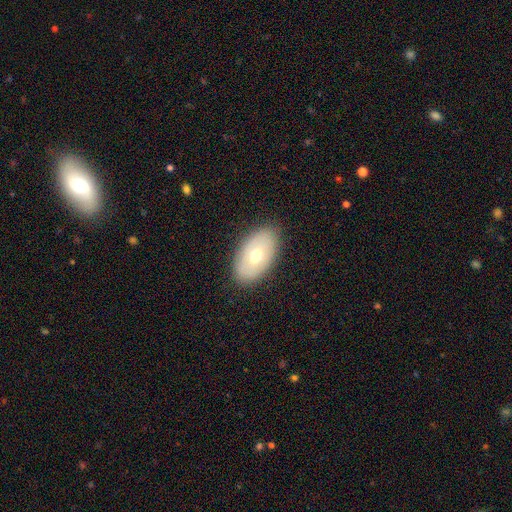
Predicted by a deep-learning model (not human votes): Q: Smooth or featured?
A: smooth (57%); runner-up: featured or disk (36%)
Q: How rounded?
A: in between (91%); runner-up: round (8%)
Q: Merging?
A: none (84%); runner-up: minor disturbance (12%)